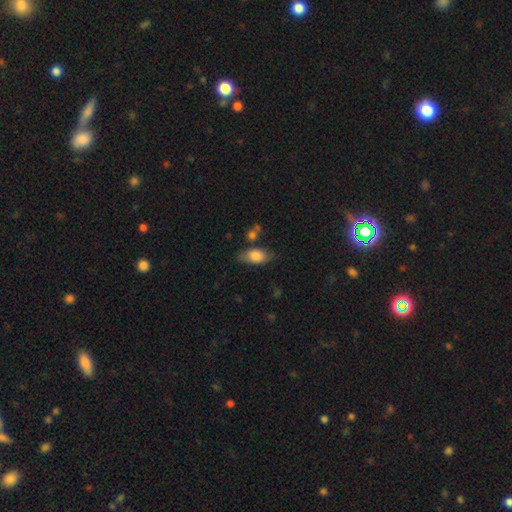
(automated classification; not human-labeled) Morphology: type=smooth (80%); roundness=in between (88%); merging=none (64%).